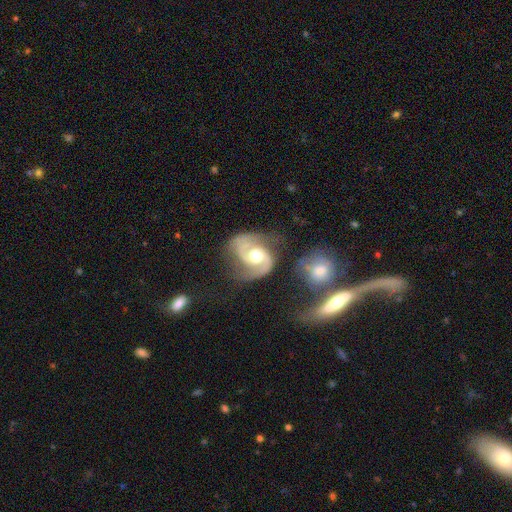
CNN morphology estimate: A featured or disk galaxy (91%) with no bar (56%), 2 (91%) medium (58%) spiral arms (98%) and a moderate central bulge (75%).

Vote fractions:
- Smooth or featured? featured or disk: 91% / smooth: 5% / star or artifact: 4%
- Edge-on disk? no: 98% / yes: 2%
- Bar? no: 56% / weak: 35% / strong: 9%
- Spiral arms? yes: 98% / no: 2%
- Spiral winding? medium: 58% / tight: 24% / loose: 18%
- Spiral arm count? 2: 91% / 1: 2% / can't tell: 2% / 3: 2% / 4: 1% / more than 4: 1%
- Bulge size? moderate: 75% / small: 12% / large: 11% / none: 1% / dominant: 1%
- Merging? none: 61% / minor disturbance: 21% / major disturbance: 12% / merger: 6%